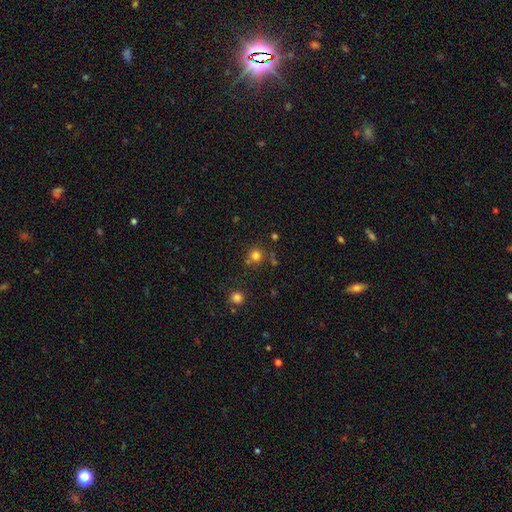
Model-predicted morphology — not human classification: Q: Smooth or featured?
A: smooth (77%); runner-up: star or artifact (16%)
Q: How rounded?
A: round (92%); runner-up: in between (7%)
Q: Merging?
A: none (73%); runner-up: merger (13%)